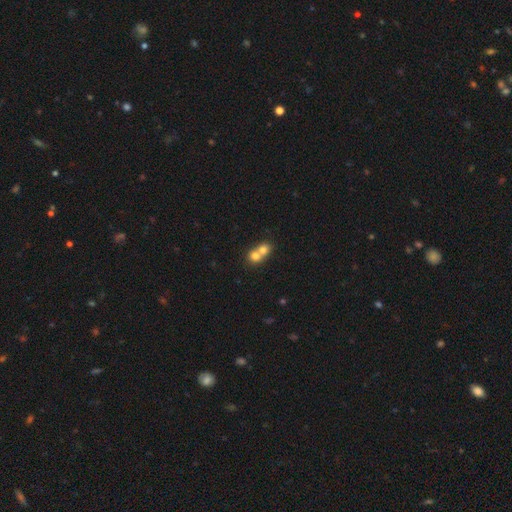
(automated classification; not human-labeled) Overall: smooth (73%). How rounded: round (73%). Merging: merger (71%).